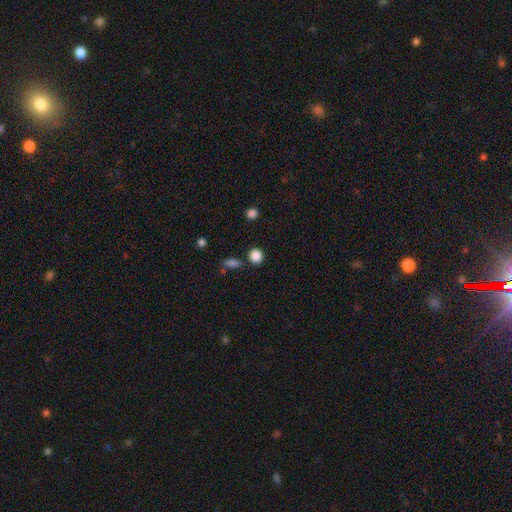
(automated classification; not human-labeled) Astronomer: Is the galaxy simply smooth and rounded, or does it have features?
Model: smooth — 86%.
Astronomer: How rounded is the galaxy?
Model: round — 82%.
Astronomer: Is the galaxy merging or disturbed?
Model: none — 83%.